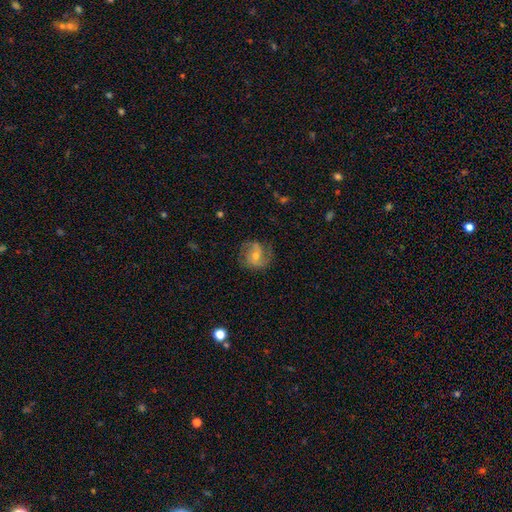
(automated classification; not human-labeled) Morphology: type=featured or disk (73%); edge-on=no (97%); bar=no (44%); spiral arms=yes (92%); winding=medium (47%); arm count=2 (64%); bulge=small (50%); merging=none (75%).